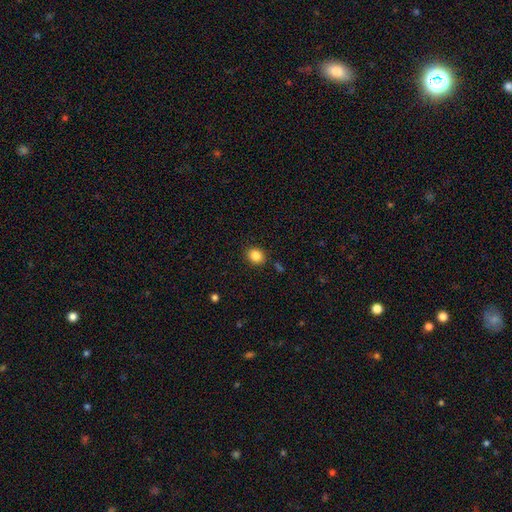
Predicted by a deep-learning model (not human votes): Smooth or featured? smooth (85%)
How rounded? round (62%)
Merging? none (87%)